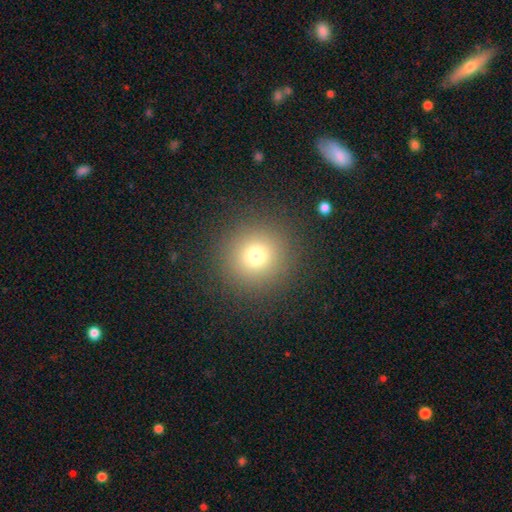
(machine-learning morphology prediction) smooth 74%, star or artifact 17%, featured or disk 9%. Down the decision tree: how rounded — round (94%); merging — none (90%).